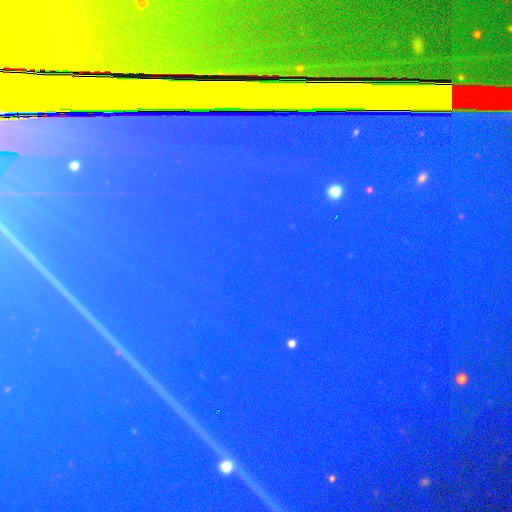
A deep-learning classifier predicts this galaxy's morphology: Q: Smooth or featured?
A: star or artifact (85%); runner-up: smooth (8%)